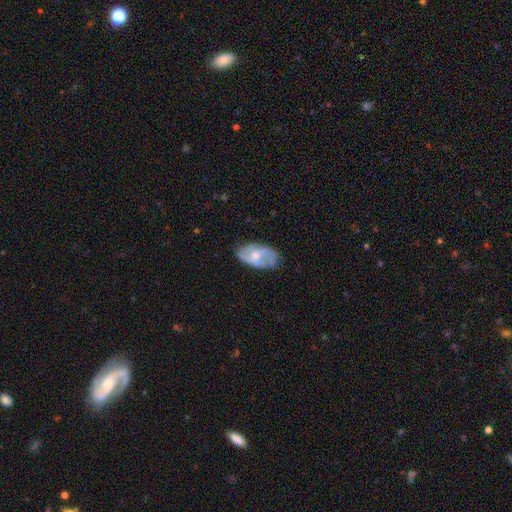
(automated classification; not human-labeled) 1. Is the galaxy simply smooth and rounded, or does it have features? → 57% featured or disk, 36% smooth, 6% star or artifact.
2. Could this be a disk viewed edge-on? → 94% no, 6% yes.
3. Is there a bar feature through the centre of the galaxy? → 56% no, 36% weak, 8% strong.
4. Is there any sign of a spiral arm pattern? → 68% yes, 32% no.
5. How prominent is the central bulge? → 55% moderate, 36% small, 5% none, 4% large, 1% dominant.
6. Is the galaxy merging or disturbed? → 62% none, 27% minor disturbance, 9% major disturbance, 2% merger.